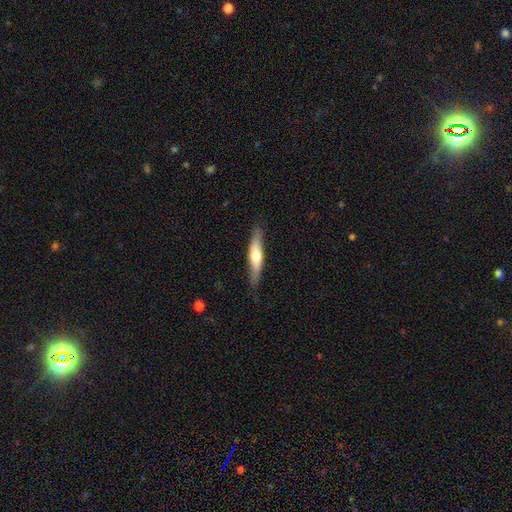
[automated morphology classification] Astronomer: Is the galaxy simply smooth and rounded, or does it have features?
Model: smooth — 50% (runner-up: featured or disk, 45%).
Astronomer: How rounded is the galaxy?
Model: cigar-shaped — 81%.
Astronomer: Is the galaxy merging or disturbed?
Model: none — 84%.